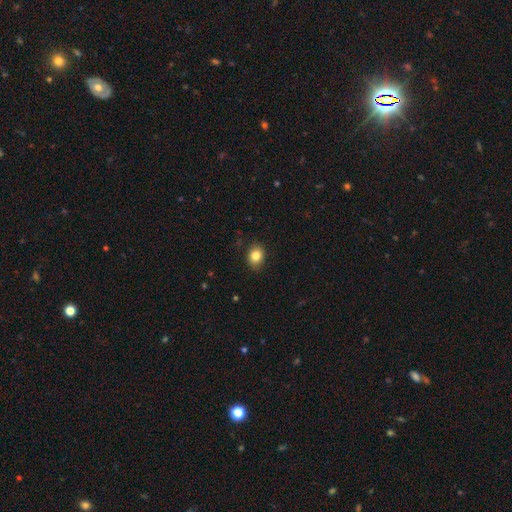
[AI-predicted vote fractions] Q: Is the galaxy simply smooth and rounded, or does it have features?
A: smooth — 84%.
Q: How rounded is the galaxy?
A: in between — 57%.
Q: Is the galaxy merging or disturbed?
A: none — 86%.